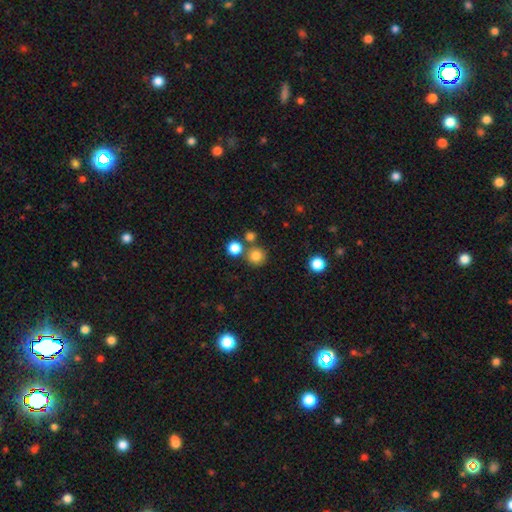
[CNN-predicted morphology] Overall: smooth (80%). How rounded: round (93%). Merging: none (75%).